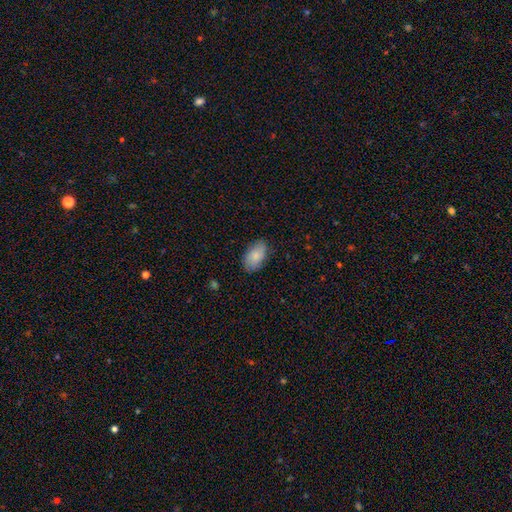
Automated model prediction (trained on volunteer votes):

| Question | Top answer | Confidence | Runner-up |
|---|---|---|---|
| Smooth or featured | smooth | 81% | featured or disk (13%) |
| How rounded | in between | 94% | round (5%) |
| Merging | none | 82% | minor disturbance (14%) |